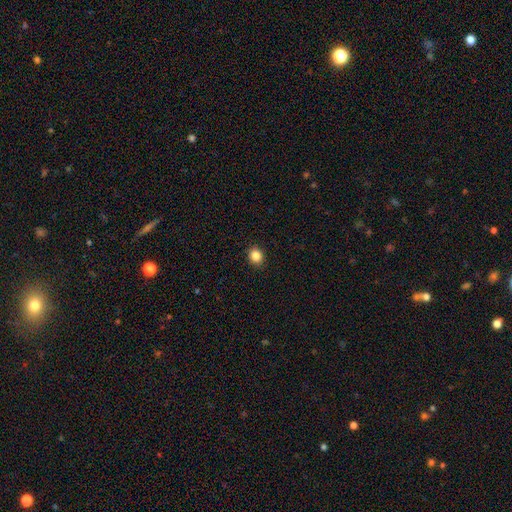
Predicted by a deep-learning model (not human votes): Smooth or featured?
  - smooth: 86% *
  - star or artifact: 10%
  - featured or disk: 4%
How rounded?
  - round: 71% *
  - in between: 28%
  - cigar-shaped: 1%
Merging?
  - none: 91% *
  - minor disturbance: 6%
  - major disturbance: 2%
  - merger: 1%